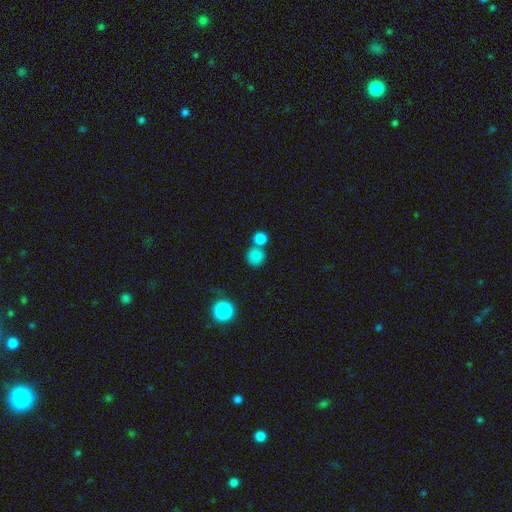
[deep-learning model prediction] Smooth or featured?
  - smooth: 82% *
  - star or artifact: 12%
  - featured or disk: 6%
How rounded?
  - round: 87% *
  - in between: 12%
  - cigar-shaped: 1%
Merging?
  - none: 58% *
  - merger: 30%
  - minor disturbance: 9%
  - major disturbance: 4%